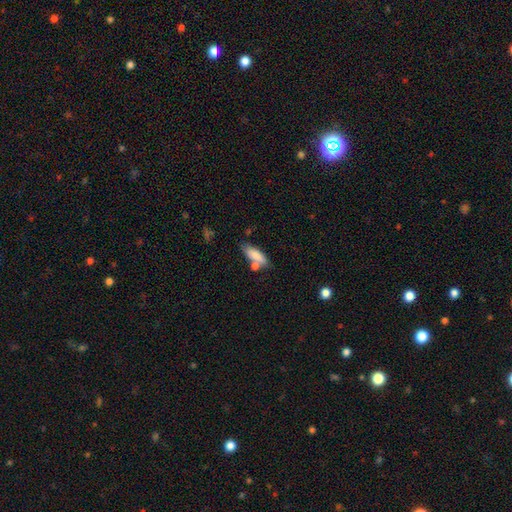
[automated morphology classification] Overall: smooth (81%). How rounded: in between (59%; cigar-shaped 39%). Merging: none (61%).